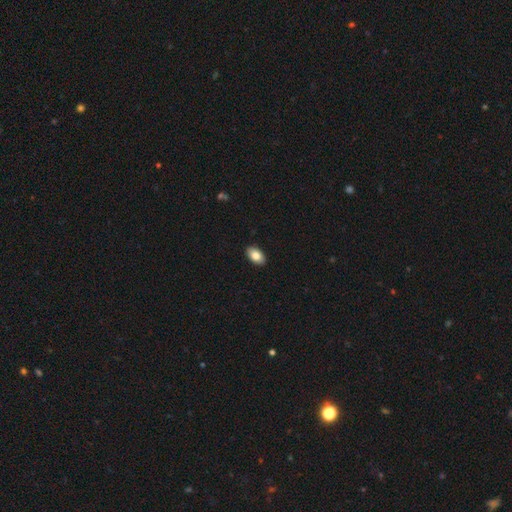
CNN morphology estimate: The model was most divided on "smooth or featured": smooth: 82%, featured or disk: 11%, star or artifact: 7%. More confident: how rounded — in between (93%); merging — none (91%).